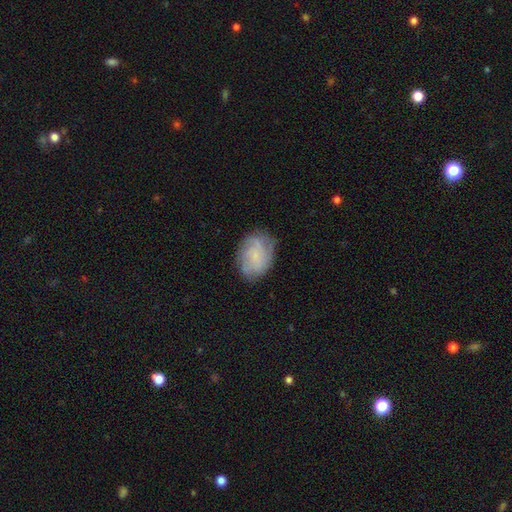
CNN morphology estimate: Smooth or featured?
  - featured or disk: 57% *
  - smooth: 34%
  - star or artifact: 9%
Edge-on disk?
  - no: 97% *
  - yes: 3%
Bar?
  - no: 72% *
  - weak: 24%
  - strong: 3%
Spiral arms?
  - yes: 88% *
  - no: 12%
Bulge size?
  - small: 62% *
  - none: 24%
  - moderate: 12%
  - large: 2%
  - dominant: 1%
Merging?
  - none: 73% *
  - minor disturbance: 19%
  - major disturbance: 7%
  - merger: 1%